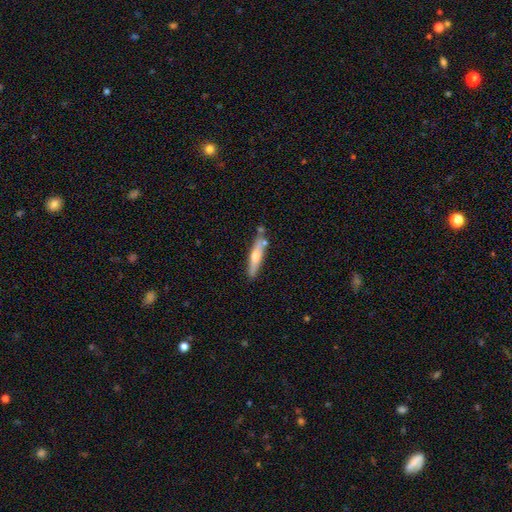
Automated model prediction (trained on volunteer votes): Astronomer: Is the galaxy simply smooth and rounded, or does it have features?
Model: smooth — 47%, tied with featured or disk at 47%.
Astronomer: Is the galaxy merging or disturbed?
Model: none — 74%.